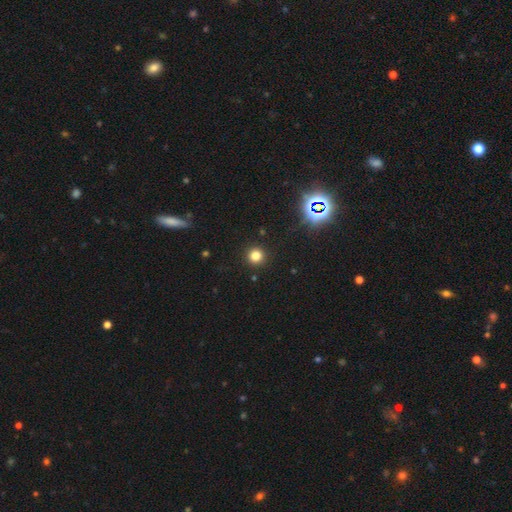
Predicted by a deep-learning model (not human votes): A smooth galaxy with no disk features (78%) that is round (94%).

Vote fractions:
- Smooth or featured? smooth: 78% / star or artifact: 17% / featured or disk: 5%
- How rounded? round: 94% / in between: 5% / cigar-shaped: 1%
- Merging? none: 92% / minor disturbance: 5% / major disturbance: 2% / merger: 1%